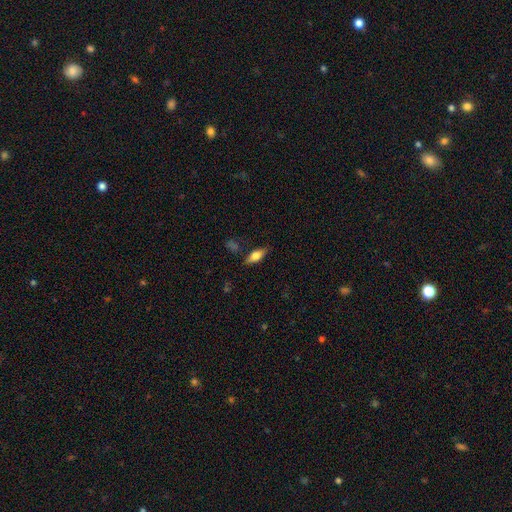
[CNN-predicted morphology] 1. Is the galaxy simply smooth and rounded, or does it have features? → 65% smooth, 27% featured or disk, 8% star or artifact.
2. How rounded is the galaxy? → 75% in between, 22% cigar-shaped, 3% round.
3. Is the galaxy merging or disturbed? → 80% none, 14% minor disturbance, 4% major disturbance, 3% merger.